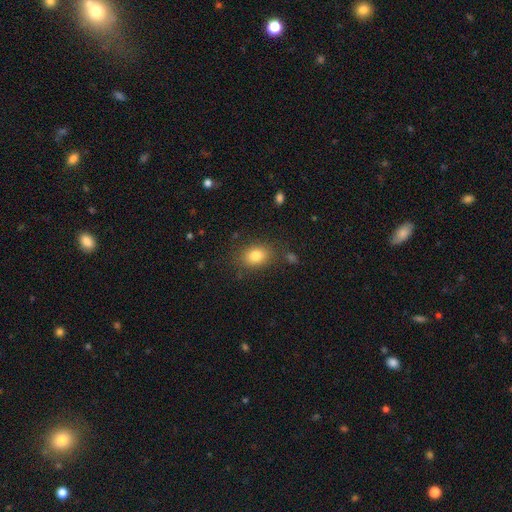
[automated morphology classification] Smooth or featured: smooth — 82% (star or artifact — 10%)
How rounded: in between — 72% (round — 27%)
Merging: none — 80% (minor disturbance — 13%)